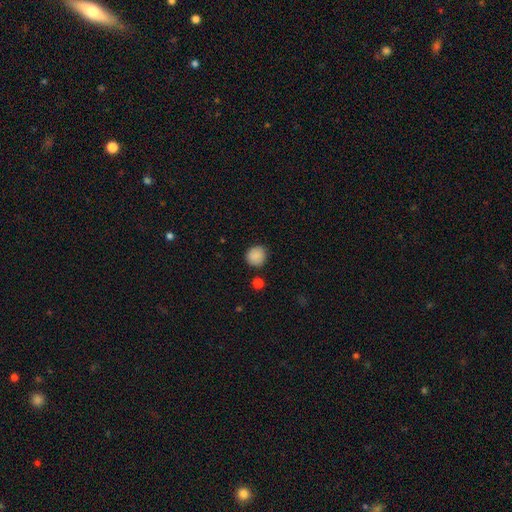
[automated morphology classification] type=smooth (87%); roundness=round (85%); merging=none (82%).